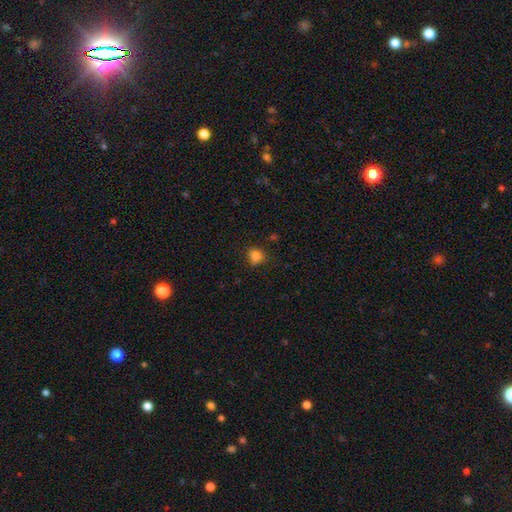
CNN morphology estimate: The model was most divided on "how rounded": round: 53%, in between: 45%, cigar-shaped: 1%. More confident: smooth or featured — smooth (80%); merging — none (60%).